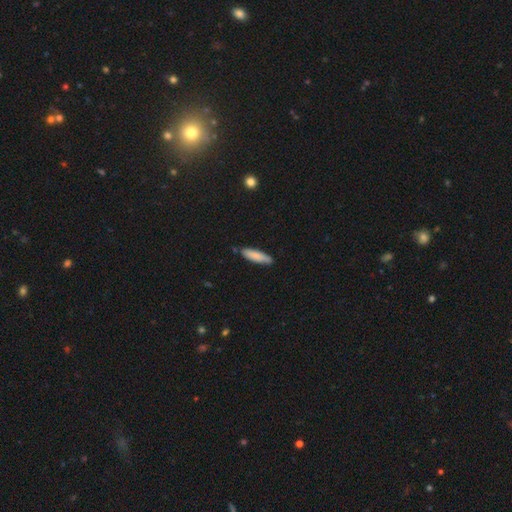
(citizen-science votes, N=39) Smooth or featured: smooth — 82% (star or artifact — 10%)
How rounded: cigar-shaped — 69% (in between — 31%)
Merging: none — 83% (merger — 11%)